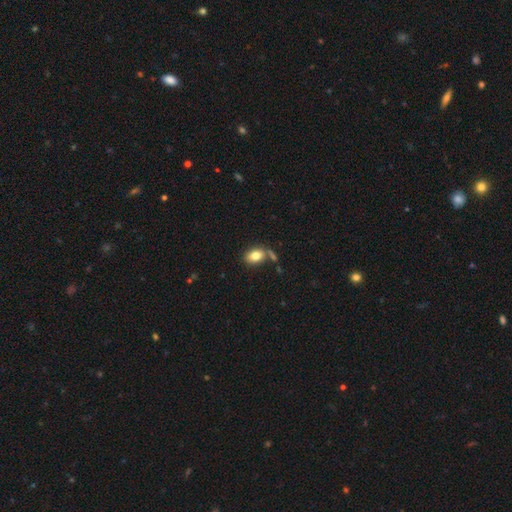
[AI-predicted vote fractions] A smooth galaxy with no disk features (80%) that is in between round and cigar-shaped (83%).

Vote fractions:
- Smooth or featured? smooth: 80% / featured or disk: 12% / star or artifact: 8%
- How rounded? in between: 83% / round: 15% / cigar-shaped: 2%
- Merging? none: 62% / merger: 16% / minor disturbance: 16% / major disturbance: 6%